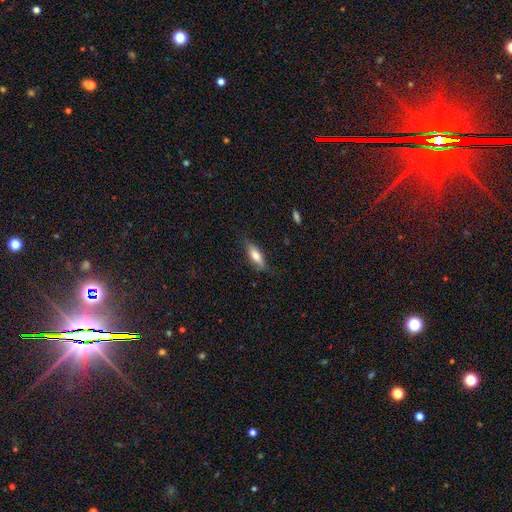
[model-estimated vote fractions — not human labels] A smooth galaxy with no disk features (71%) that is in between round and cigar-shaped (61%). Merging: none (77%).